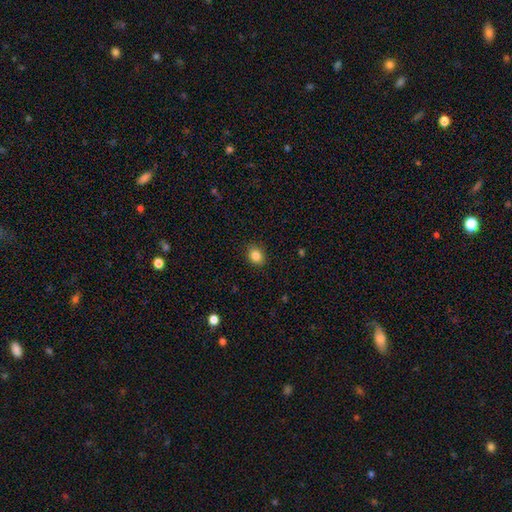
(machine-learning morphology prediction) type=smooth (85%); roundness=round (51%); merging=none (89%).